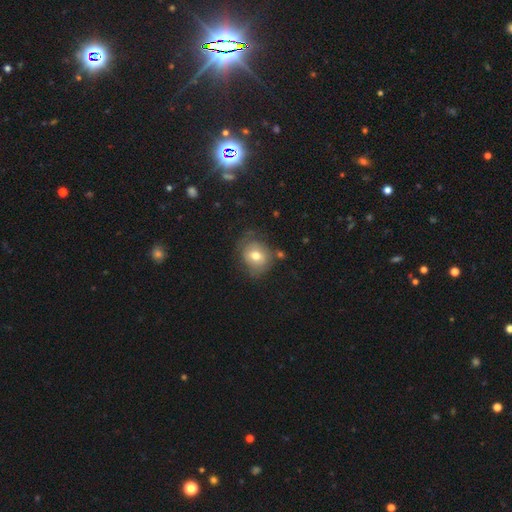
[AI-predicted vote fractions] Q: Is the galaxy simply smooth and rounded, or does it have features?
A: smooth — 65%.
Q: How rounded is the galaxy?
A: round — 65%.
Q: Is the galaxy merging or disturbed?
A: none — 59%.